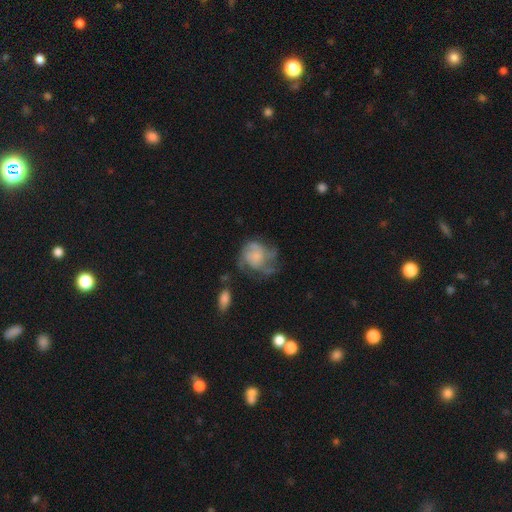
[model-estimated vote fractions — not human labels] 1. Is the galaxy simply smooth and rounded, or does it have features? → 59% featured or disk, 33% smooth, 8% star or artifact.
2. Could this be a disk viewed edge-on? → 98% no, 2% yes.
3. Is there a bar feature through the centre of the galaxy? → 80% no, 17% weak, 2% strong.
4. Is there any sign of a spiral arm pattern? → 76% yes, 24% no.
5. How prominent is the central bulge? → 47% small, 23% none, 22% moderate, 6% large, 2% dominant.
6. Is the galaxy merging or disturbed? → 40% none, 30% major disturbance, 25% minor disturbance, 4% merger.